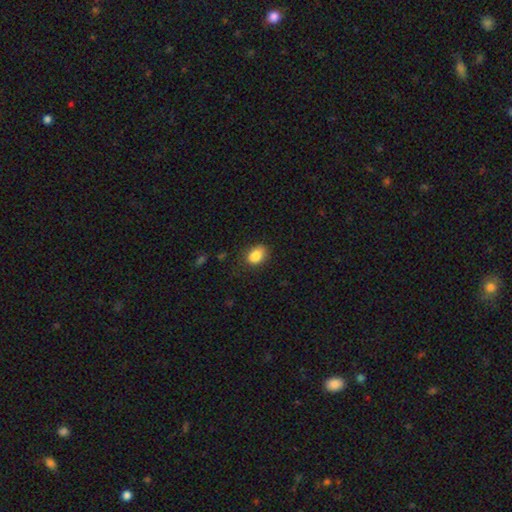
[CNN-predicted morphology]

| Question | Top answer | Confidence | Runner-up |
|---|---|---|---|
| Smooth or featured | smooth | 86% | star or artifact (9%) |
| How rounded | in between | 76% | round (23%) |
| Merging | none | 75% | minor disturbance (19%) |